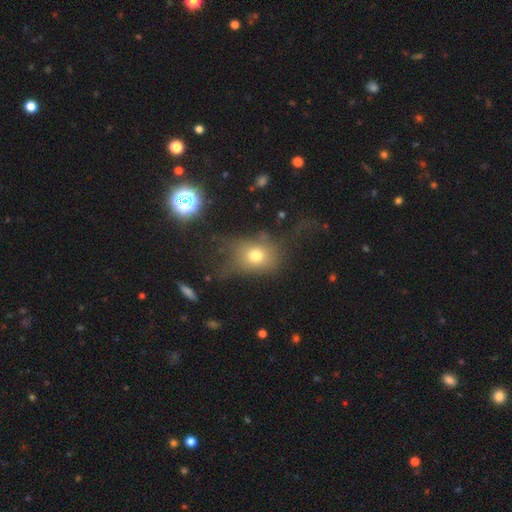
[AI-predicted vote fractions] This is likely a smooth galaxy (69%). How rounded: possibly round (49%, tied with in between). Merging: marginally none (40%).